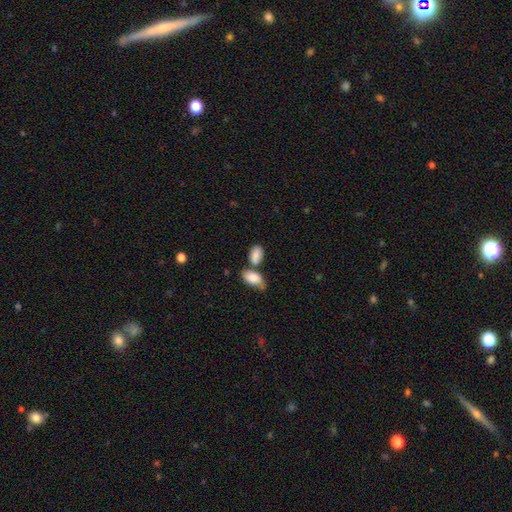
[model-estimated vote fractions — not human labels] smooth-or-featured: smooth: 84% | featured or disk: 9% | star or artifact: 7%
  how-rounded: in between: 91% | round: 7% | cigar-shaped: 2%
  merging: none: 41% | merger: 39% | minor disturbance: 14% | major disturbance: 6%